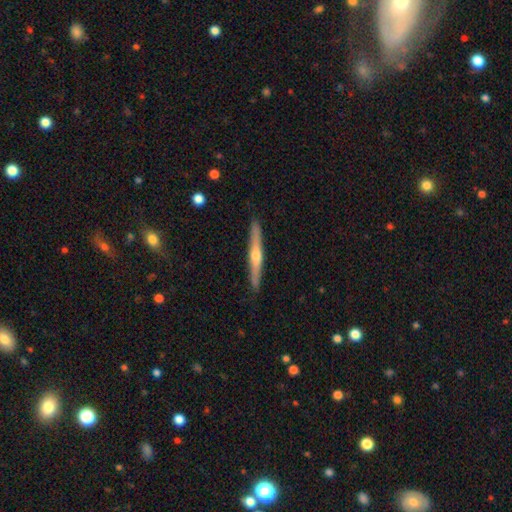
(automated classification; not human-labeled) Overall: featured or disk (65%; smooth 30%). Edge-on disk: yes (97%). Edge-on bulge: rounded (85%). Merging: none (90%).